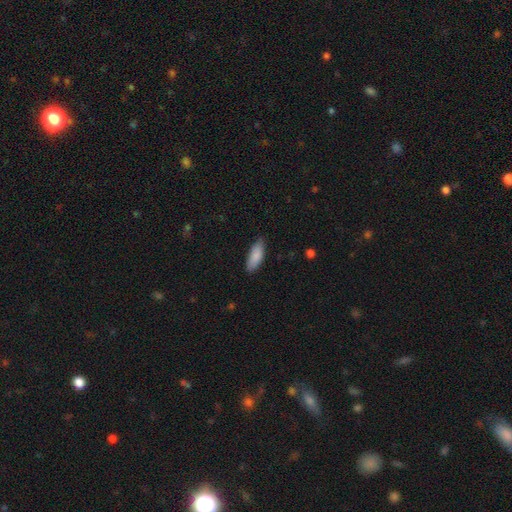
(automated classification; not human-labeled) Smooth or featured? Predicted: smooth (p=0.88). How rounded? Predicted: in between (p=0.70). Merging? Predicted: none (p=0.80).